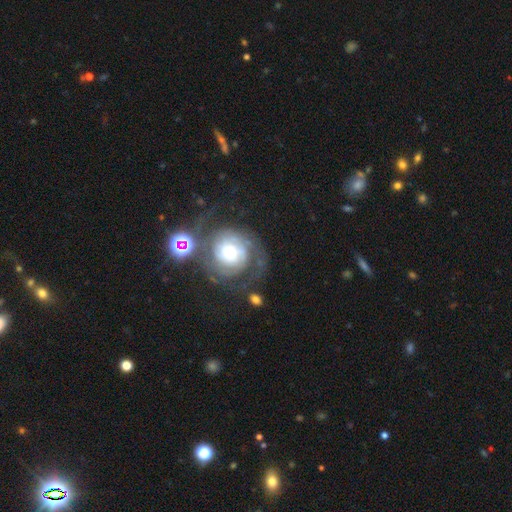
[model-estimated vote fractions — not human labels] A featured or disk galaxy (64%) with no bar (76%), 2 (44%) tight (57%) spiral arms (83%) and a moderate central bulge (51%). Merging: none (58%).